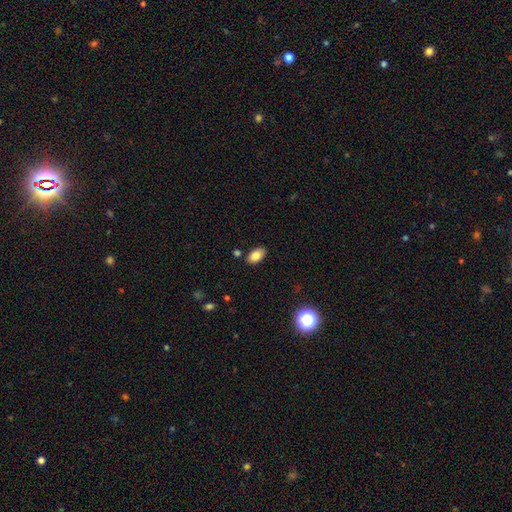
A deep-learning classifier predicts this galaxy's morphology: A smooth galaxy with no disk features (83%) that is in between round and cigar-shaped (92%).

Vote fractions:
- Smooth or featured? smooth: 83% / star or artifact: 8% / featured or disk: 8%
- How rounded? in between: 92% / round: 6% / cigar-shaped: 2%
- Merging? none: 83% / minor disturbance: 10% / merger: 4% / major disturbance: 2%